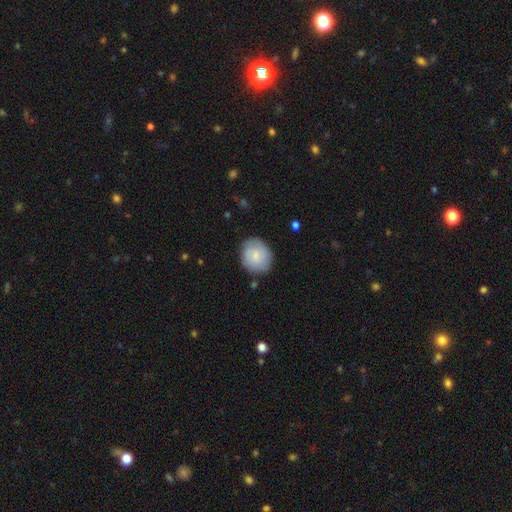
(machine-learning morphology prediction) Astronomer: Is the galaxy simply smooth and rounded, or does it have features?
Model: smooth — 74%.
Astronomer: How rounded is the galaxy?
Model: round — 72%.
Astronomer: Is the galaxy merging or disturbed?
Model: none — 79%.